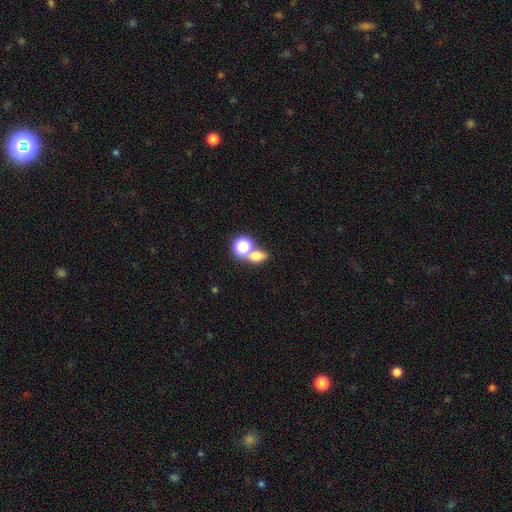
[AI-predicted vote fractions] Smooth or featured? smooth (71%)
How rounded? in between (57%)
Merging? merger (44%)